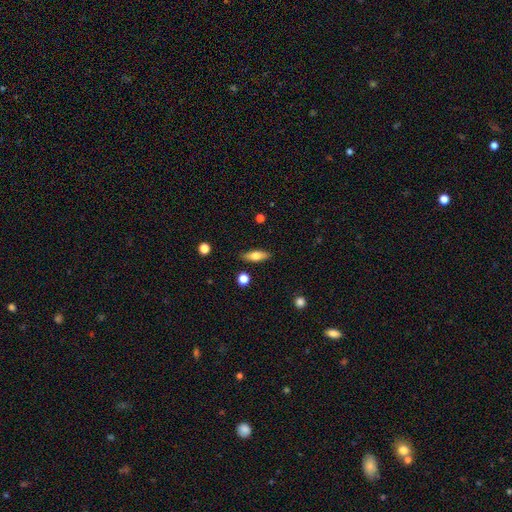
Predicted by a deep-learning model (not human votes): smooth 67%, featured or disk 26%, star or artifact 7%. Down the decision tree: how rounded — in between (60%); merging — none (86%).